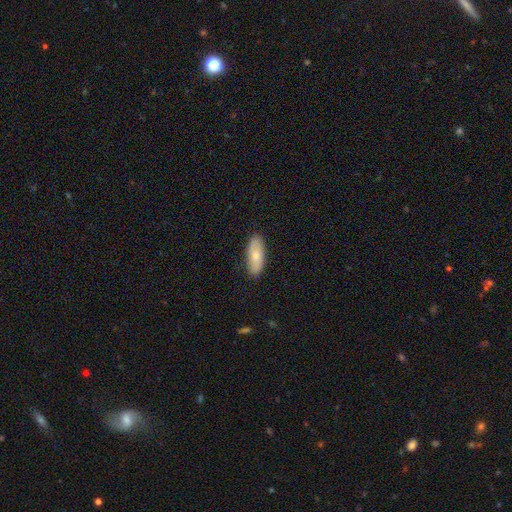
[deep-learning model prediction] smooth 72%, featured or disk 23%, star or artifact 6%. Down the decision tree: how rounded — in between (78%); merging — none (88%).